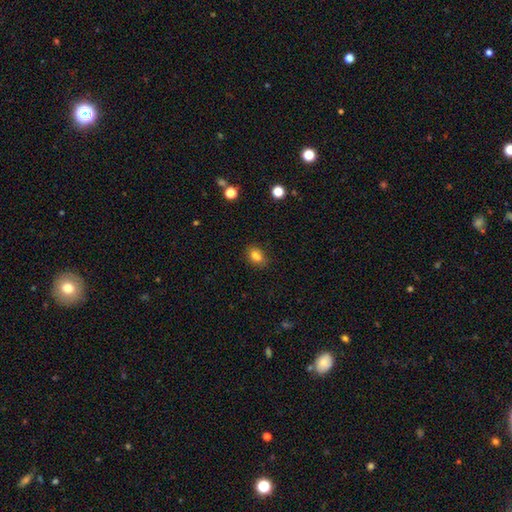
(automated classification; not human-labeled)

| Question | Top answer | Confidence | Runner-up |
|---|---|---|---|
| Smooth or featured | smooth | 80% | star or artifact (12%) |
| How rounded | in between | 69% | round (30%) |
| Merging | none | 66% | minor disturbance (16%) |